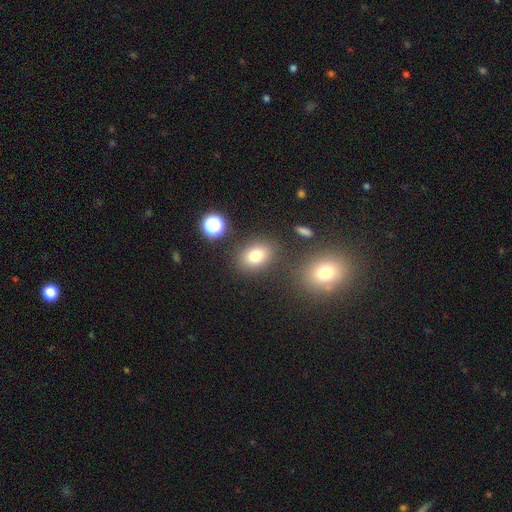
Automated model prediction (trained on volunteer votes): Overall: smooth (78%). How rounded: in between (66%; round 33%). Merging: none (81%).